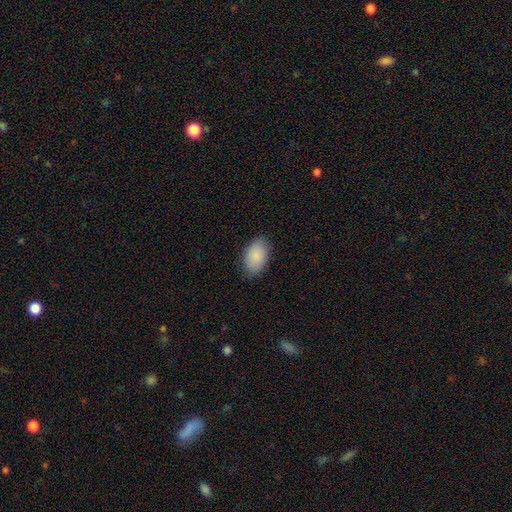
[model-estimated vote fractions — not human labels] smooth 88%, star or artifact 6%, featured or disk 6%. Down the decision tree: how rounded — in between (94%); merging — none (83%).